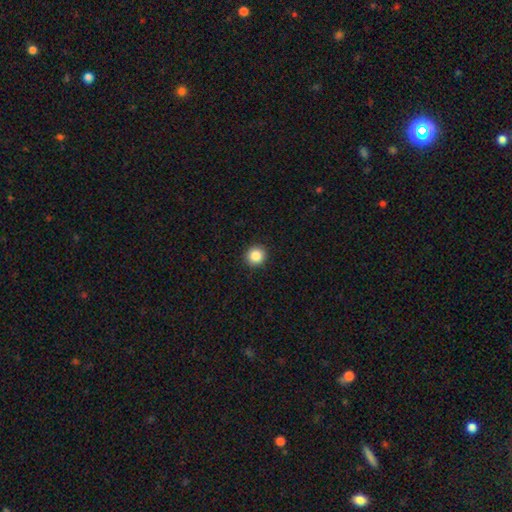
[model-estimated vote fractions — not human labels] A smooth galaxy with no disk features (87%) that is round (93%).

Vote fractions:
- Smooth or featured? smooth: 87% / star or artifact: 10% / featured or disk: 4%
- How rounded? round: 93% / in between: 6% / cigar-shaped: 1%
- Merging? none: 92% / minor disturbance: 5% / major disturbance: 2% / merger: 1%